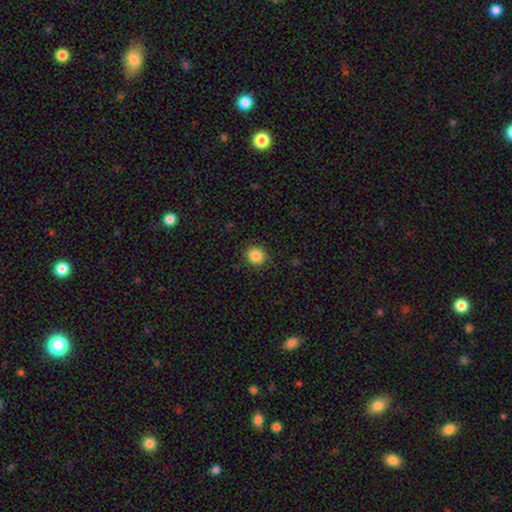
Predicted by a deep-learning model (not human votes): A smooth galaxy with no disk features (86%) that is round (92%).

Vote fractions:
- Smooth or featured? smooth: 86% / star or artifact: 10% / featured or disk: 4%
- How rounded? round: 92% / in between: 7% / cigar-shaped: 1%
- Merging? none: 92% / minor disturbance: 6% / major disturbance: 2% / merger: 1%